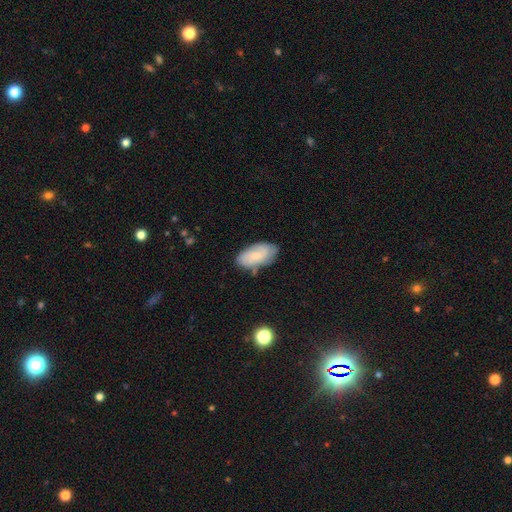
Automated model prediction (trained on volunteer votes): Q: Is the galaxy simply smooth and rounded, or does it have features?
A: smooth — 61%.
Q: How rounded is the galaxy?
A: in between — 93%.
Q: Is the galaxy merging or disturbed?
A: none — 69%.